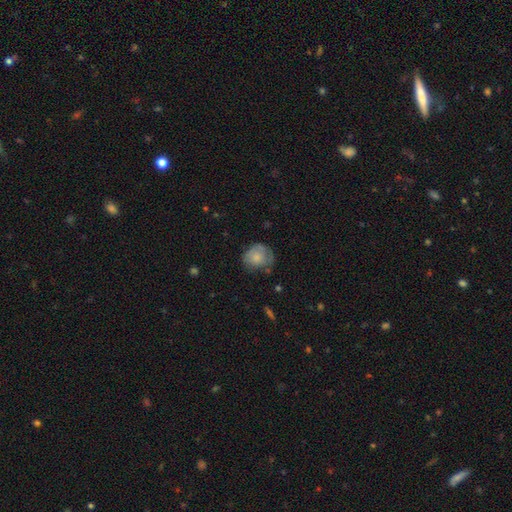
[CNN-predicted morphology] The model was most divided on "merging": none: 53%, minor disturbance: 32%, major disturbance: 12%, merger: 3%. More confident: smooth or featured — smooth (73%); how rounded — round (68%).